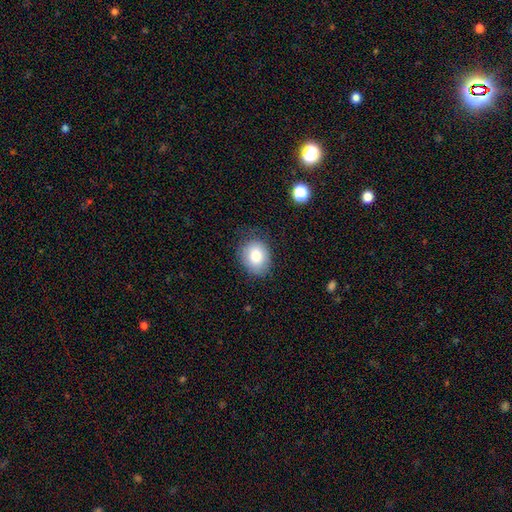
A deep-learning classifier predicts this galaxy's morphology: Smooth or featured?
  - smooth: 82% *
  - featured or disk: 10%
  - star or artifact: 8%
How rounded?
  - round: 53% *
  - in between: 47%
  - cigar-shaped: 1%
Merging?
  - none: 74% *
  - minor disturbance: 19%
  - major disturbance: 5%
  - merger: 1%